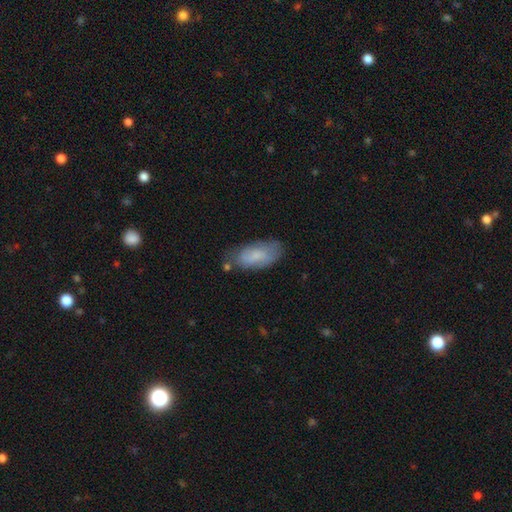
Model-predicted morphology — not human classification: smooth-or-featured: smooth: 73% | featured or disk: 20% | star or artifact: 7%
  how-rounded: in between: 87% | cigar-shaped: 11% | round: 2%
  merging: none: 66% | minor disturbance: 24% | major disturbance: 6% | merger: 4%